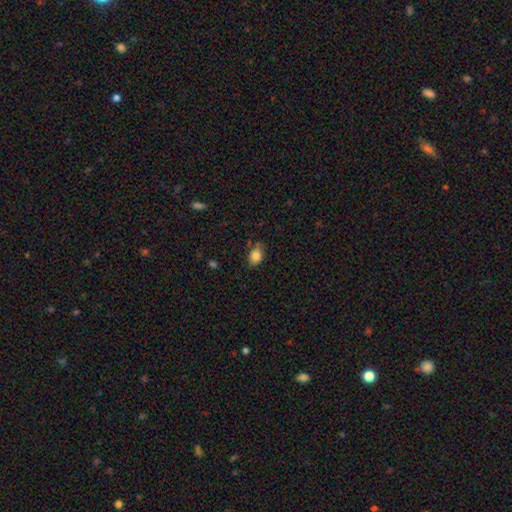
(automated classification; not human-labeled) Smooth or featured?
  - smooth: 81% *
  - featured or disk: 10%
  - star or artifact: 9%
How rounded?
  - in between: 76% *
  - round: 22%
  - cigar-shaped: 2%
Merging?
  - none: 63% *
  - minor disturbance: 28%
  - major disturbance: 7%
  - merger: 2%